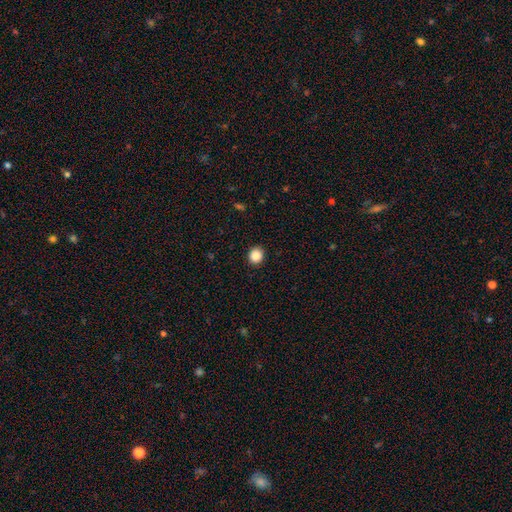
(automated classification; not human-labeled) Overall: smooth (87%). How rounded: round (84%). Merging: none (91%).